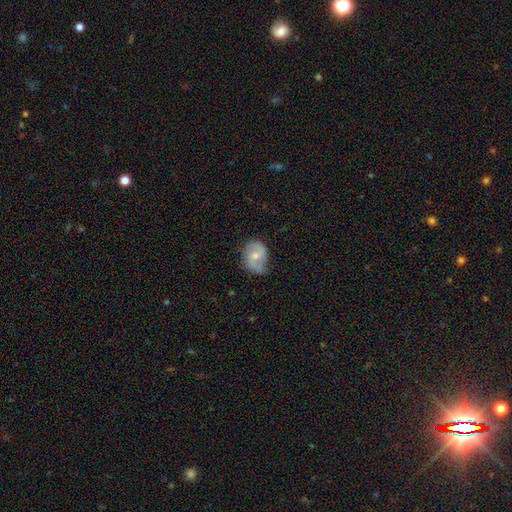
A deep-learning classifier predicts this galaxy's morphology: Overall: featured or disk (61%; smooth 33%). Edge-on disk: no (97%). Bar: weak (50%; no 36%). Spiral arms: yes (86%). Spiral arm count: 2 (84%). Spiral winding: medium (42%, tied with loose). Bulge size: moderate (52%; small 42%). Merging: none (59%; minor disturbance 30%).